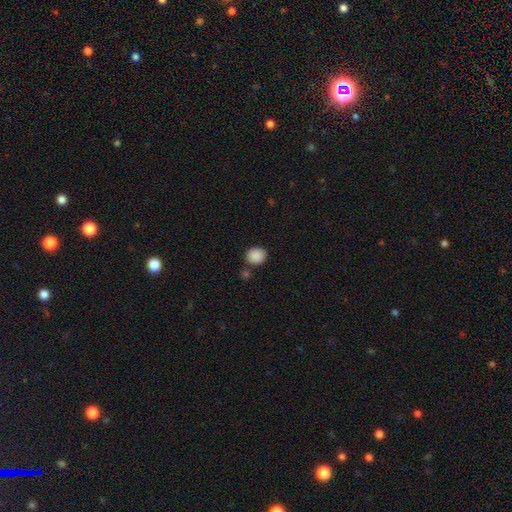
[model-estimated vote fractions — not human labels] The model was most divided on "how rounded": round: 65%, in between: 35%, cigar-shaped: 1%. More confident: smooth or featured — smooth (89%); merging — none (77%).